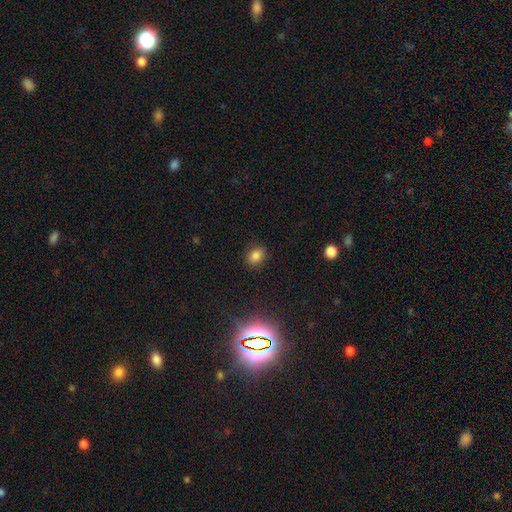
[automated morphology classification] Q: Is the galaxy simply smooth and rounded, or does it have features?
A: smooth — 81%.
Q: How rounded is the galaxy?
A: in between — 55%.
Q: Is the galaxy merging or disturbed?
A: none — 87%.